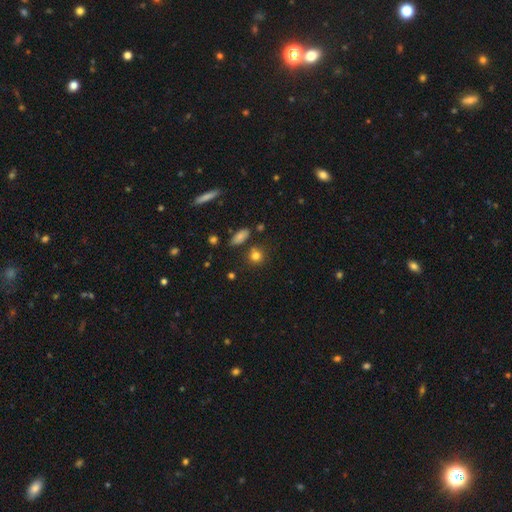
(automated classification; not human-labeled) Q: Smooth or featured?
A: smooth (80%); runner-up: star or artifact (13%)
Q: How rounded?
A: round (81%); runner-up: in between (16%)
Q: Merging?
A: none (77%); runner-up: minor disturbance (11%)